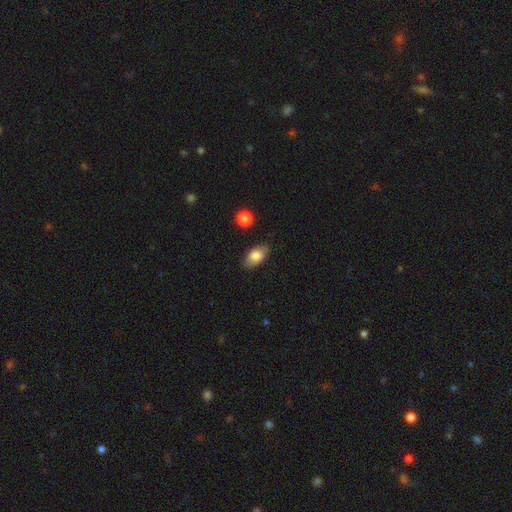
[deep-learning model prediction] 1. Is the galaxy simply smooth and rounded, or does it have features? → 81% smooth, 12% featured or disk, 7% star or artifact.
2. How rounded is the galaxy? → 90% in between, 6% round, 5% cigar-shaped.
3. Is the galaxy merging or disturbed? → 83% none, 12% minor disturbance, 3% major disturbance, 2% merger.